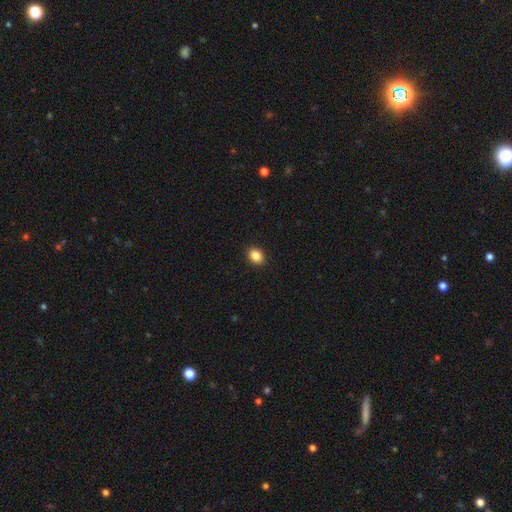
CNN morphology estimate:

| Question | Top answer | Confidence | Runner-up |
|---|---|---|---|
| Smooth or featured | smooth | 86% | star or artifact (9%) |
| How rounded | in between | 58% | round (41%) |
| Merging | none | 92% | minor disturbance (6%) |